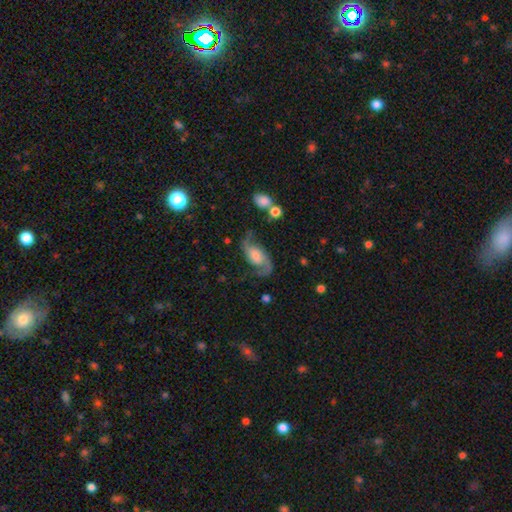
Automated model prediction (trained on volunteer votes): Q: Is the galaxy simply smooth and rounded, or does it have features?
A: featured or disk — 87%.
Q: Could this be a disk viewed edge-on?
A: no — 97%.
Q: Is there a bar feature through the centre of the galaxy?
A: no — 55%.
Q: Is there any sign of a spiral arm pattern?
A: yes — 97%.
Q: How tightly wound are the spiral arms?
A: loose — 50%.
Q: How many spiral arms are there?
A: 2 — 93%.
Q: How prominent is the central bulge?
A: moderate — 32%.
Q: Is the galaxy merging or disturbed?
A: none — 71%.